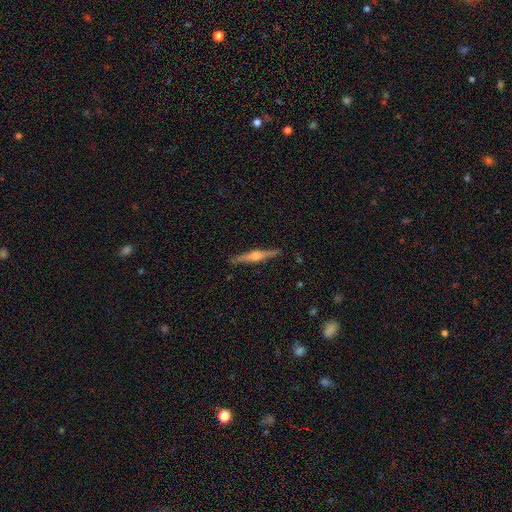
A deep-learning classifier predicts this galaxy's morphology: Smooth or featured: featured or disk — 75% (smooth — 19%)
Edge-on disk: yes — 98% (no — 2%)
Edge-on bulge: rounded — 84% (boxy — 12%)
Merging: none — 89% (minor disturbance — 8%)